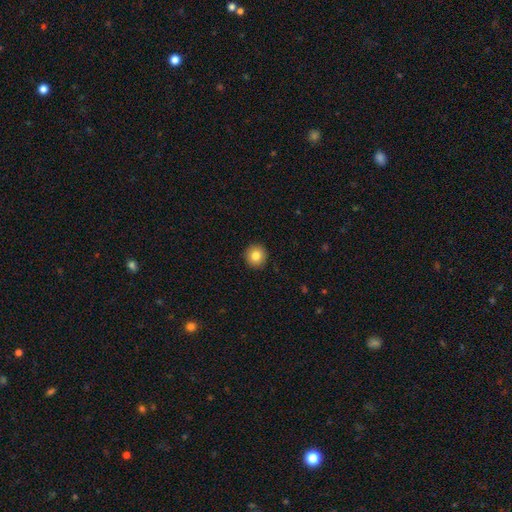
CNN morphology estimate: type=smooth (83%); roundness=round (93%); merging=none (93%).